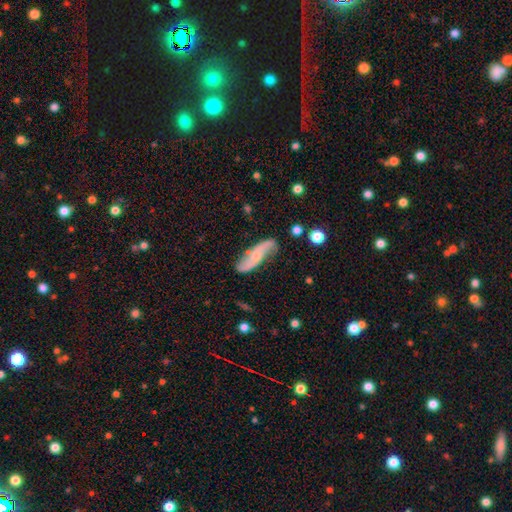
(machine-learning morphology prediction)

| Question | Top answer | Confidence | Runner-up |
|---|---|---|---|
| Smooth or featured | featured or disk | 68% | smooth (25%) |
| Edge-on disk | no | 84% | yes (16%) |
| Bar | no | 60% | weak (28%) |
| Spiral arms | yes | 92% | no (8%) |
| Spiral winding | loose | 76% | medium (17%) |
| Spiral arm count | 2 | 90% | can't tell (5%) |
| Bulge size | small | 58% | moderate (27%) |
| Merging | none | 72% | minor disturbance (20%) |